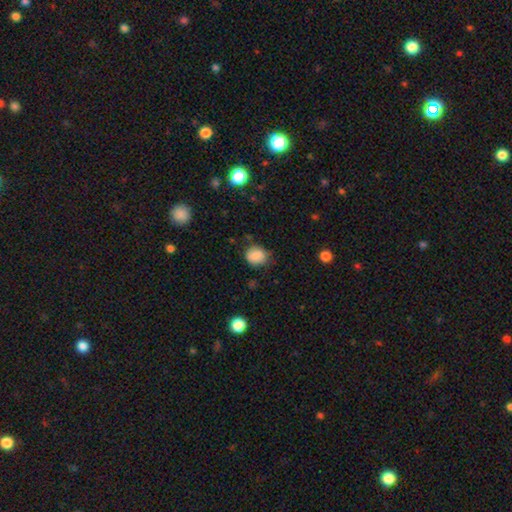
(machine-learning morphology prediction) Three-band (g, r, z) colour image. It shows a smooth galaxy with no disk features (86%) that is round (67%). Merging: none (71%).